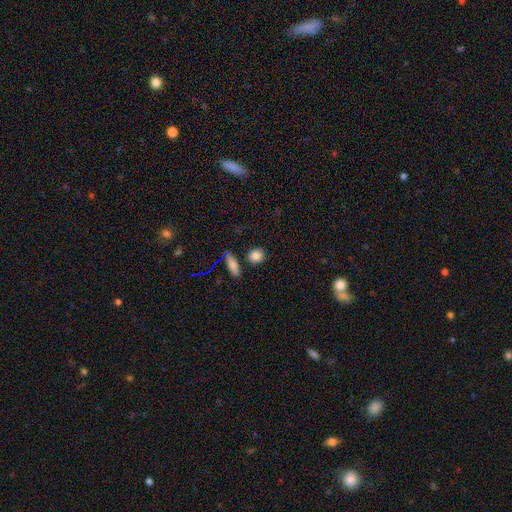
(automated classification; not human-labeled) smooth_or_featured: smooth (p=0.85) [alt: star or artifact p=0.10]
how_rounded: round (p=0.79) [alt: in between p=0.18]
merging: none (p=0.83) [alt: minor disturbance p=0.09]